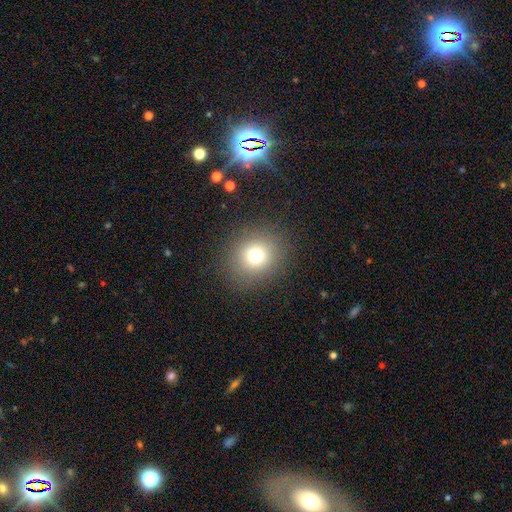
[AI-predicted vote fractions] A smooth galaxy with no disk features (74%) that is round (85%). Merging: none (88%).